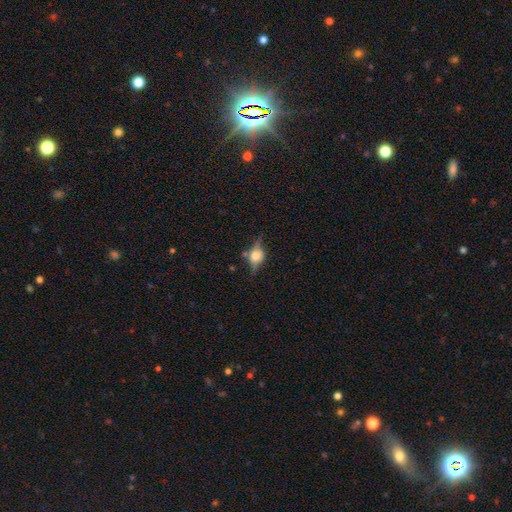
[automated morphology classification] smooth_or_featured: featured or disk (p=0.59) [alt: smooth p=0.31]
disk_edge_on: yes (p=0.91) [alt: no p=0.09]
edge_on_bulge: rounded (p=0.92) [alt: boxy p=0.06]
merging: none (p=0.72) [alt: minor disturbance p=0.18]